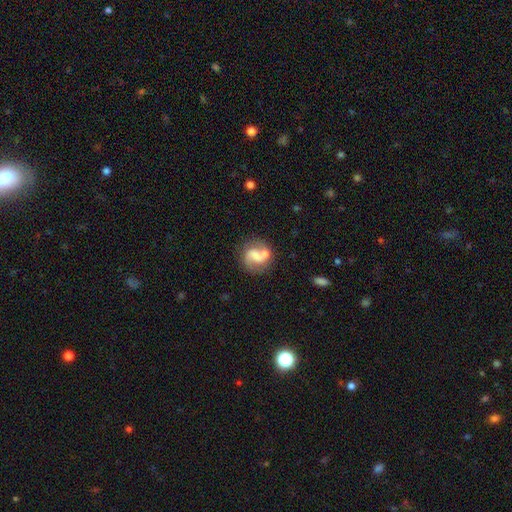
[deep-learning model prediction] The model was most divided on "bar" (2-way tie): weak: 40%, no: 40%, strong: 20%. Remaining: edge-on disk — no (98%); spiral arms — yes (85%); spiral arm count — 2 (82%); smooth or featured — featured or disk (64%); merging — none (54%); spiral winding — medium (45%); bulge size — small (33%).